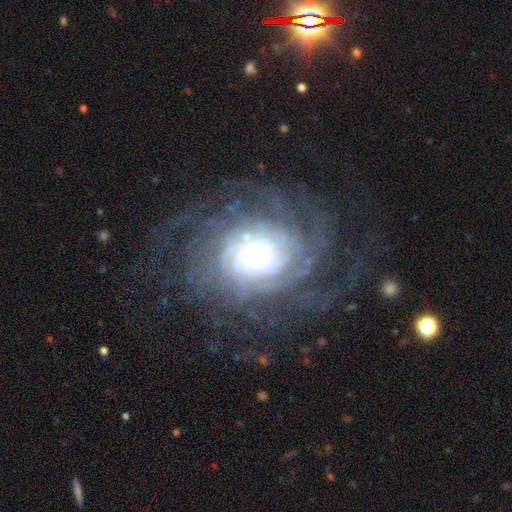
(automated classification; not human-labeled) Smooth or featured: featured or disk — 87% (star or artifact — 6%)
Edge-on disk: no — 97% (yes — 3%)
Bar: no — 74% (weak — 19%)
Spiral arms: yes — 97% (no — 3%)
Spiral winding: tight — 71% (medium — 21%)
Spiral arm count: can't tell — 31% (more than 4 — 24%)
Bulge size: small — 45% (moderate — 38%)
Merging: none — 67% (major disturbance — 17%)